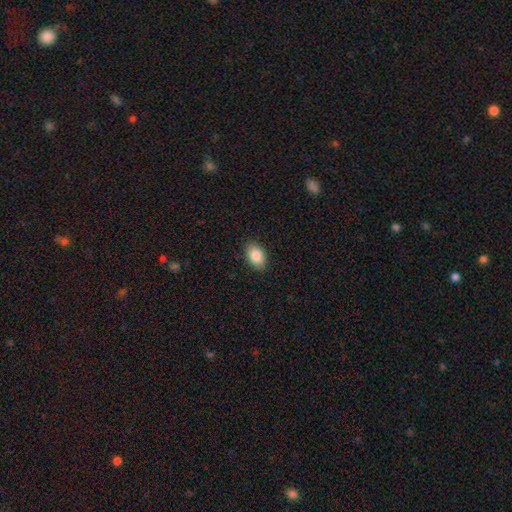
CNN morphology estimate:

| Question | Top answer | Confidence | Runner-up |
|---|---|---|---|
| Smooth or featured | smooth | 87% | star or artifact (7%) |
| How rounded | in between | 89% | round (9%) |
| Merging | none | 88% | minor disturbance (9%) |